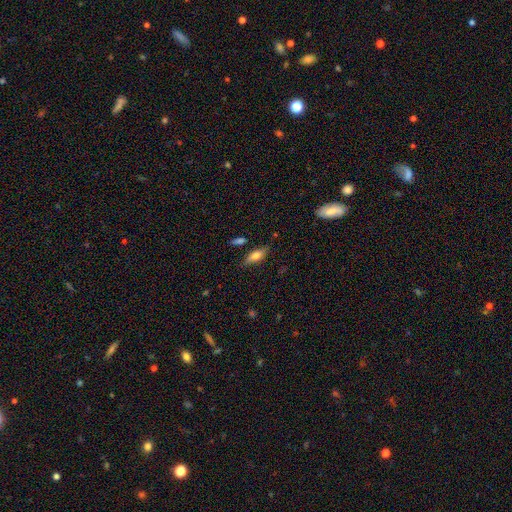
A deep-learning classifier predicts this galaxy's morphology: The model was most divided on "how rounded": in between: 69%, cigar-shaped: 28%, round: 3%. More confident: merging — none (77%); smooth or featured — smooth (69%).